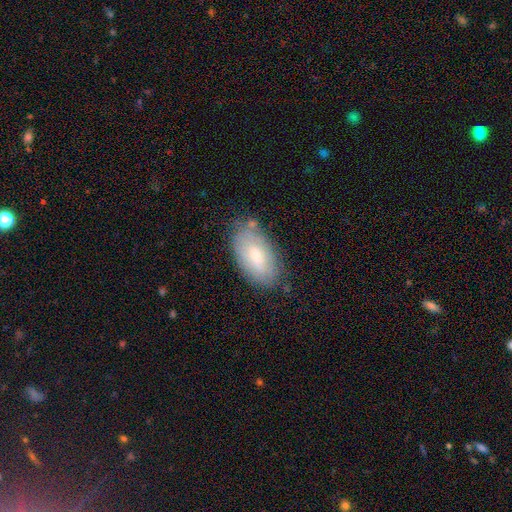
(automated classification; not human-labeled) Morphology: type=smooth (58%); roundness=in between (94%); merging=none (75%).